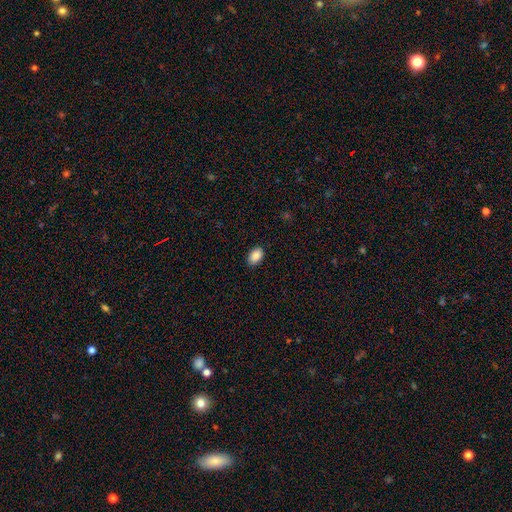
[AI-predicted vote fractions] smooth 89%, star or artifact 7%, featured or disk 4%. Down the decision tree: how rounded — in between (90%); merging — none (88%).